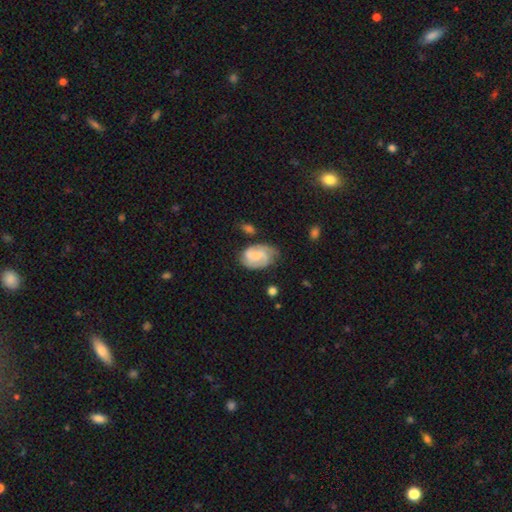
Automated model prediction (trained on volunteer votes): Smooth or featured: featured or disk — 49% (smooth — 44%)
Merging: none — 54% (minor disturbance — 29%)